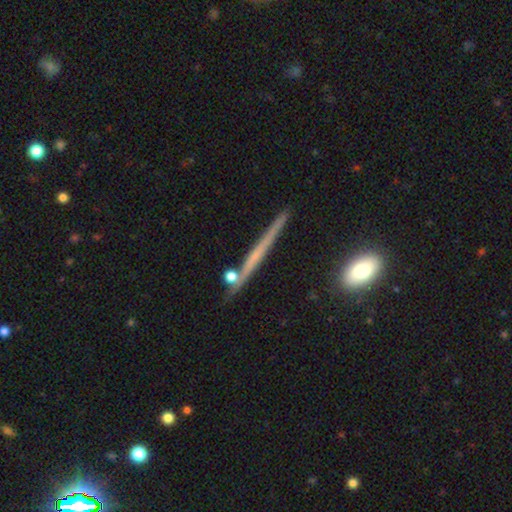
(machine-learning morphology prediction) featured or disk 58%, smooth 34%, star or artifact 8%. Down the decision tree: edge-on disk — yes (95%); edge-on bulge — none (81%); merging — none (83%).